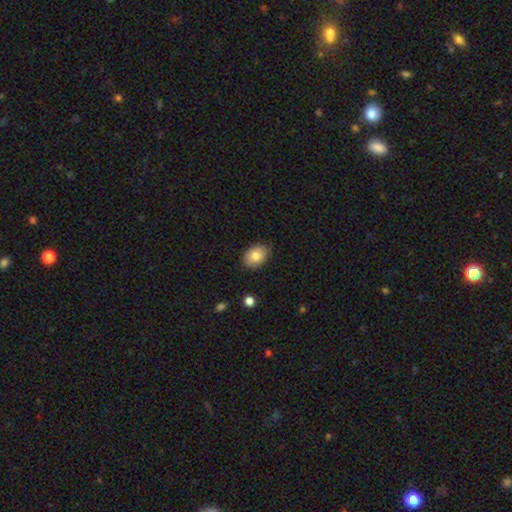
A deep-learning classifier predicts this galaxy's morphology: This is clearly a smooth galaxy (83%). How rounded: likely in between (78%). Merging: clearly none (84%).